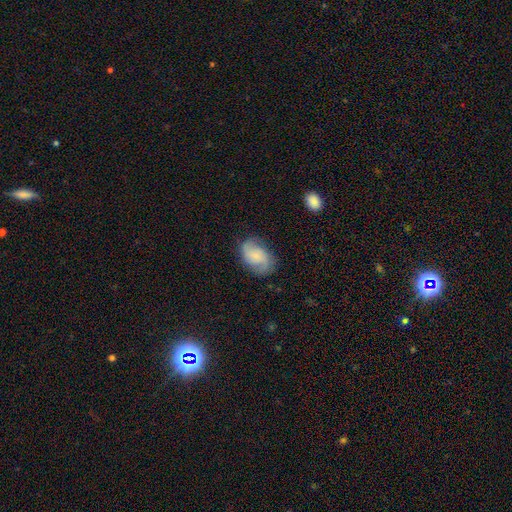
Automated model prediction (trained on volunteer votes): Overall: featured or disk (52%; smooth 40%). Edge-on disk: no (97%). Bar: no (66%; weak 29%). Spiral arms: yes (90%). Bulge size: small (63%). Merging: none (72%).